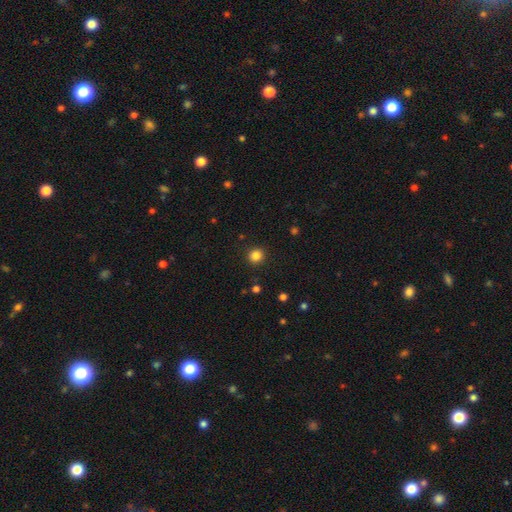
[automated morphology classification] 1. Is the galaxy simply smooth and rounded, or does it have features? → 84% smooth, 12% star or artifact, 4% featured or disk.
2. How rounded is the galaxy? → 92% round, 7% in between, 1% cigar-shaped.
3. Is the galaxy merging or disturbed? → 92% none, 5% minor disturbance, 2% major disturbance, 1% merger.